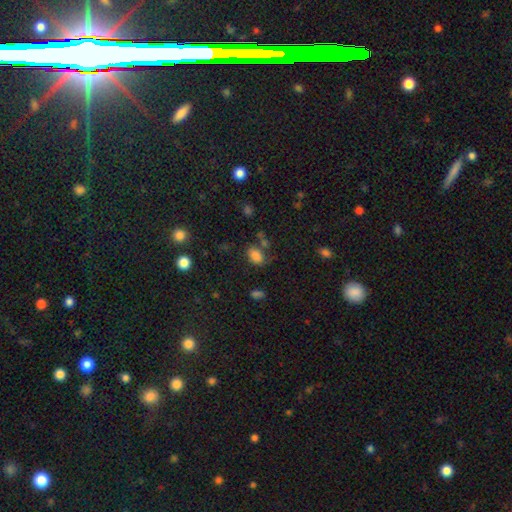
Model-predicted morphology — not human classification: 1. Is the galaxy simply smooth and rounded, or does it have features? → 80% smooth, 13% star or artifact, 7% featured or disk.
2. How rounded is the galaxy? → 82% in between, 17% round, 1% cigar-shaped.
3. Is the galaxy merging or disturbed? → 60% none, 20% minor disturbance, 10% merger, 10% major disturbance.